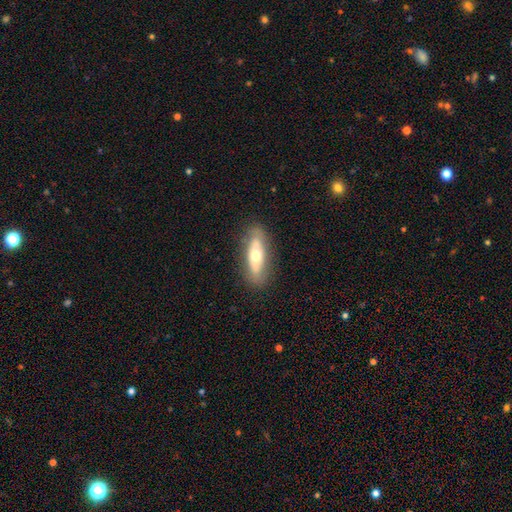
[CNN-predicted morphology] The model was most divided on "smooth or featured": smooth: 49%, featured or disk: 45%, star or artifact: 6%. More confident: merging — none (81%).